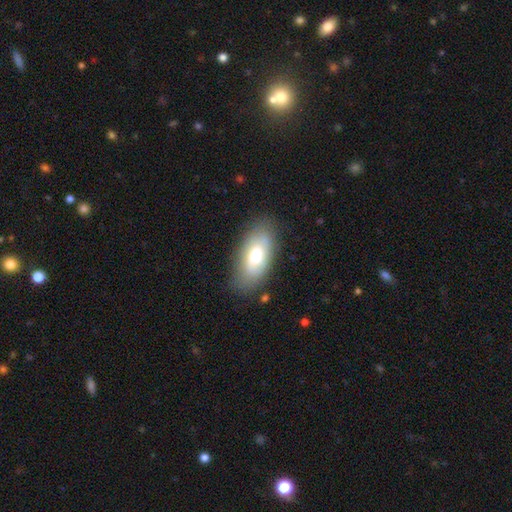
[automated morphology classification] Smooth or featured?
  - smooth: 70% *
  - featured or disk: 24%
  - star or artifact: 7%
How rounded?
  - in between: 91% *
  - cigar-shaped: 7%
  - round: 3%
Merging?
  - none: 79% *
  - minor disturbance: 15%
  - major disturbance: 4%
  - merger: 1%